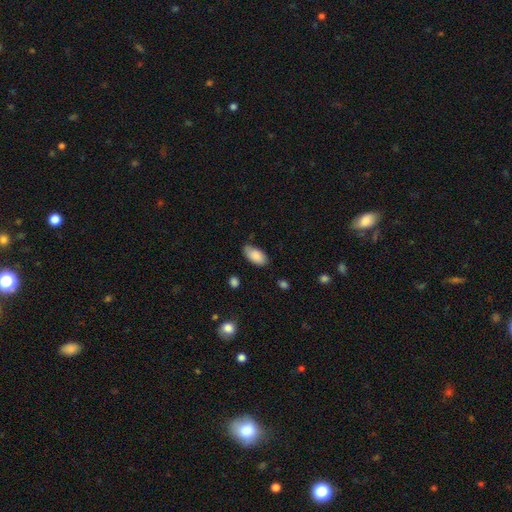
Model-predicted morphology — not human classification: Q: Smooth or featured?
A: smooth (87%); runner-up: star or artifact (7%)
Q: How rounded?
A: in between (94%); runner-up: cigar-shaped (4%)
Q: Merging?
A: none (74%); runner-up: minor disturbance (21%)